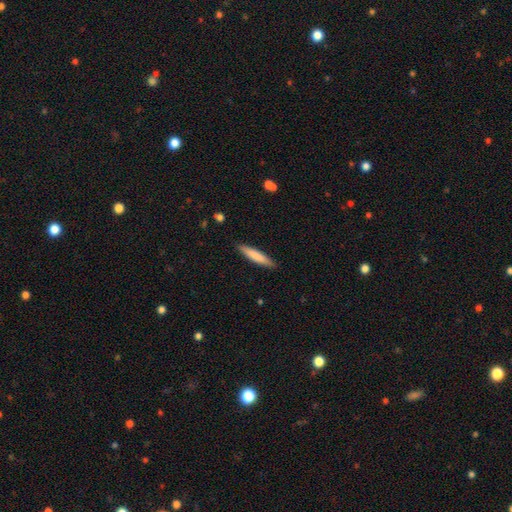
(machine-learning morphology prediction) smooth_or_featured: smooth (p=0.78) [alt: featured or disk p=0.17]
how_rounded: cigar-shaped (p=0.88) [alt: in between p=0.11]
merging: none (p=0.88) [alt: minor disturbance p=0.09]